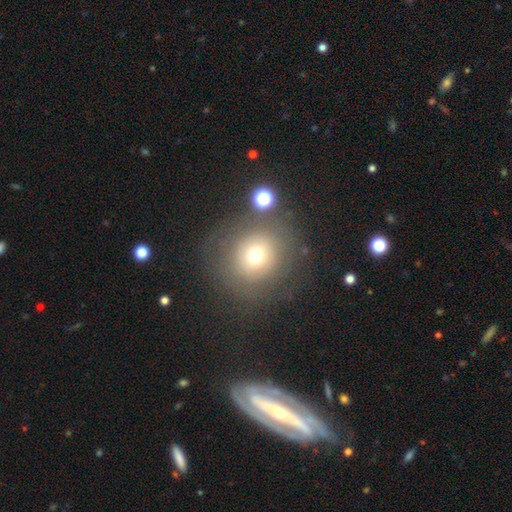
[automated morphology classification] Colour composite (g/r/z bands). It shows a smooth galaxy with no disk features (66%) that is round (89%). Merging: none (74%).